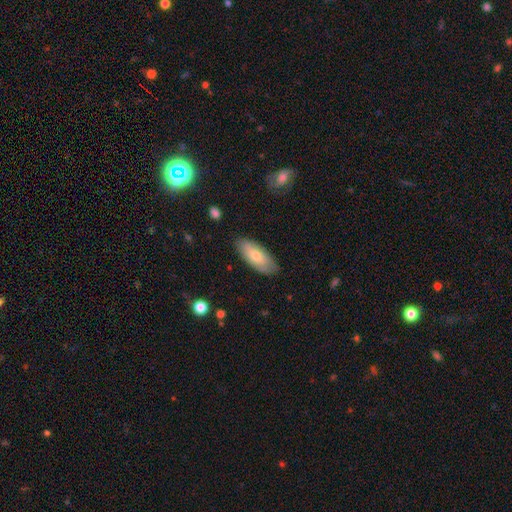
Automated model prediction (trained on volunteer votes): The model was most divided on "smooth or featured": smooth: 74%, featured or disk: 20%, star or artifact: 6%. More confident: merging — none (83%); how rounded — in between (83%).